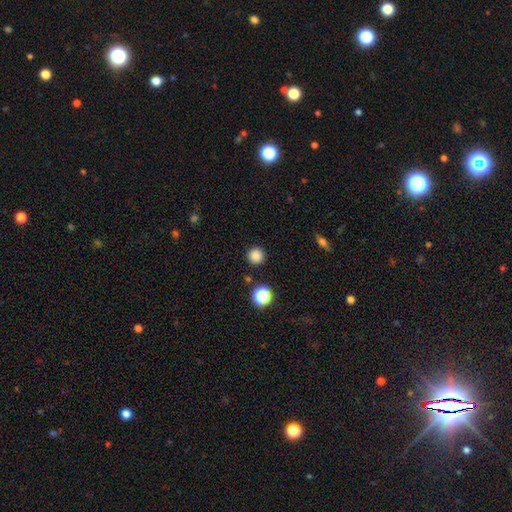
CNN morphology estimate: Smooth or featured? smooth (84%)
How rounded? round (95%)
Merging? none (91%)